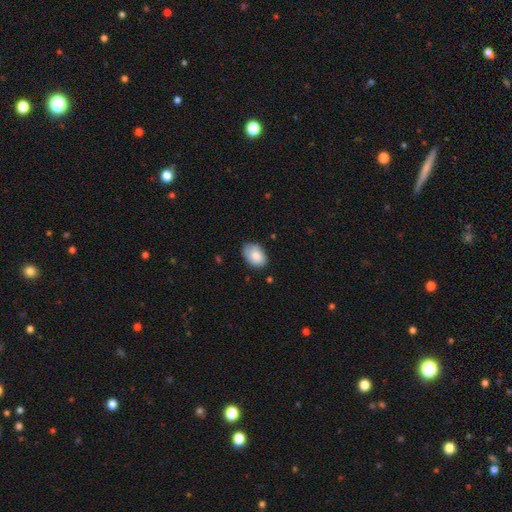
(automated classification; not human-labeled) Smooth or featured: smooth — 82% (featured or disk — 11%)
How rounded: in between — 85% (round — 13%)
Merging: none — 70% (minor disturbance — 24%)